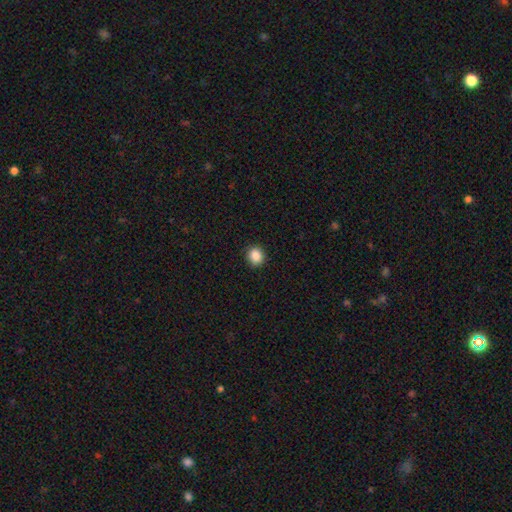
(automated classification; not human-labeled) Smooth or featured? Predicted: smooth (p=0.87). How rounded? Predicted: round (p=0.79). Merging? Predicted: none (p=0.91).